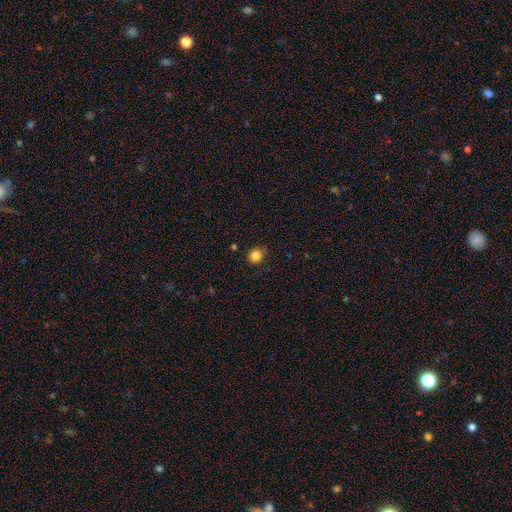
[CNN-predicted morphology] smooth-or-featured: smooth: 84% | star or artifact: 11% | featured or disk: 4%
  how-rounded: round: 81% | in between: 18% | cigar-shaped: 1%
  merging: none: 80% | minor disturbance: 15% | major disturbance: 3% | merger: 2%